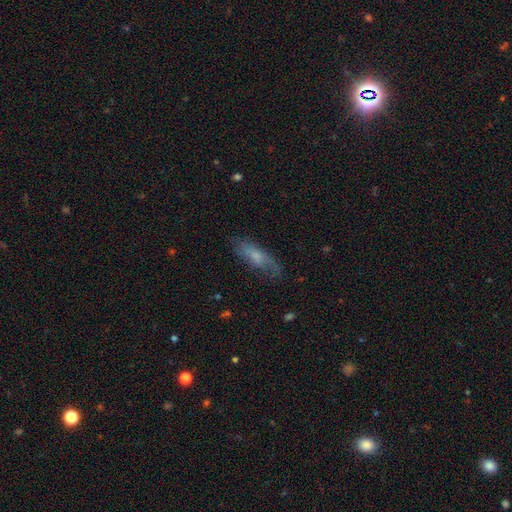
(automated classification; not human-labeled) smooth_or_featured: smooth (p=0.55) [alt: featured or disk p=0.37]
how_rounded: in between (p=0.54) [alt: cigar-shaped p=0.43]
merging: none (p=0.64) [alt: minor disturbance p=0.24]